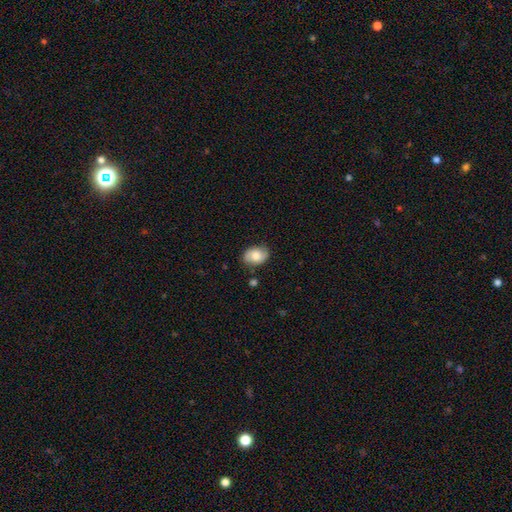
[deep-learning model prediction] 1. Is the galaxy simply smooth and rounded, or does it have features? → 62% smooth, 30% featured or disk, 8% star or artifact.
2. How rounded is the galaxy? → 77% in between, 21% round, 1% cigar-shaped.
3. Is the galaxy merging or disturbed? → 78% none, 16% minor disturbance, 3% major disturbance, 2% merger.